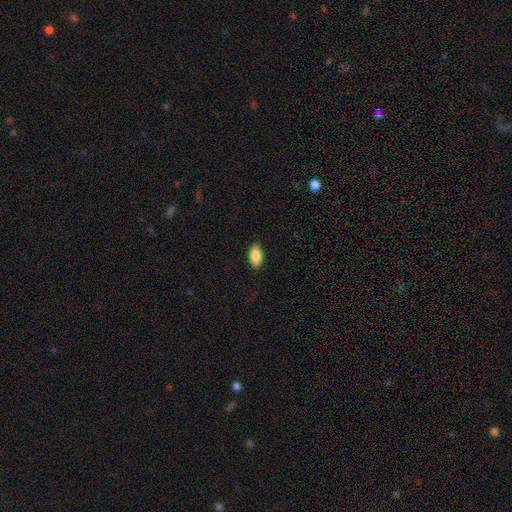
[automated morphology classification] smooth-or-featured: smooth: 84% | featured or disk: 9% | star or artifact: 6%
  how-rounded: in between: 88% | cigar-shaped: 9% | round: 3%
  merging: none: 89% | minor disturbance: 8% | major disturbance: 2% | merger: 1%